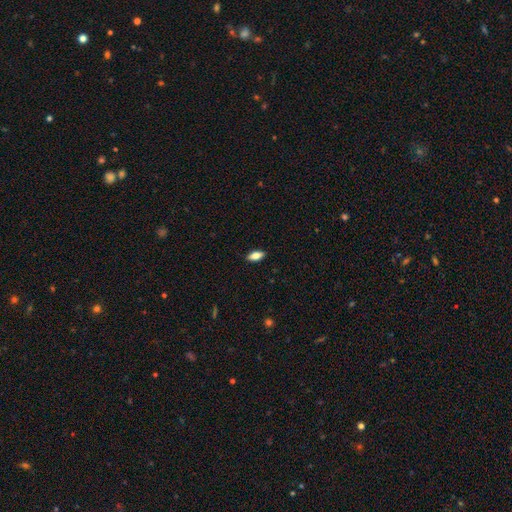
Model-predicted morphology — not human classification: Smooth or featured: smooth — 75% (featured or disk — 18%)
How rounded: in between — 82% (cigar-shaped — 15%)
Merging: none — 88% (minor disturbance — 9%)